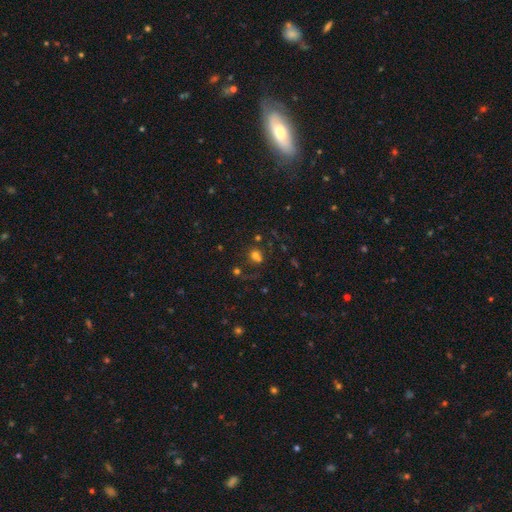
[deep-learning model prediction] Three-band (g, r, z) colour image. It shows a smooth galaxy with no disk features (64%) that is round (80%). Merging: none (49%).